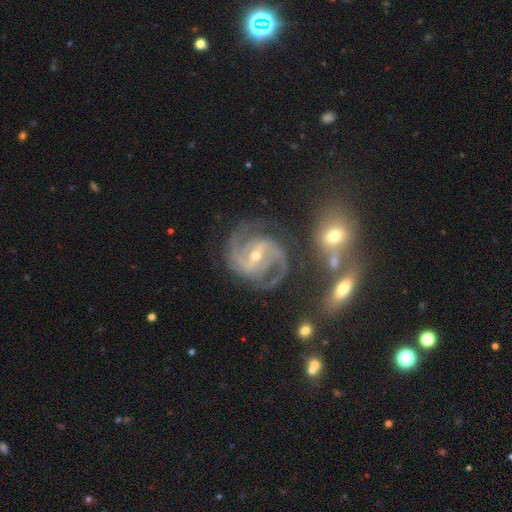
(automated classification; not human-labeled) This appears to be a featured or disk galaxy (92%) with a strong bar (45%), 2 (47%) medium (52%) spiral arms (98%) and a small central bulge (52%). Merging: none (72%).